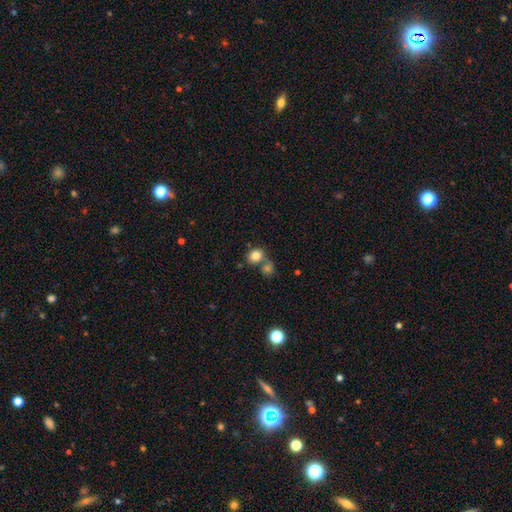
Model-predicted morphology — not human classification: Smooth or featured?
  - smooth: 81% *
  - star or artifact: 10%
  - featured or disk: 9%
How rounded?
  - round: 73% *
  - in between: 26%
  - cigar-shaped: 1%
Merging?
  - none: 46% *
  - merger: 41%
  - minor disturbance: 9%
  - major disturbance: 4%